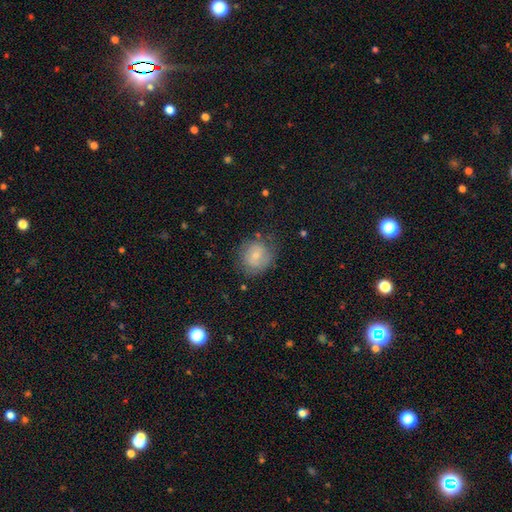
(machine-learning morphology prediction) smooth-or-featured: smooth: 66% | featured or disk: 25% | star or artifact: 9%
  how-rounded: round: 81% | in between: 18% | cigar-shaped: 1%
  merging: none: 68% | minor disturbance: 21% | major disturbance: 8% | merger: 2%